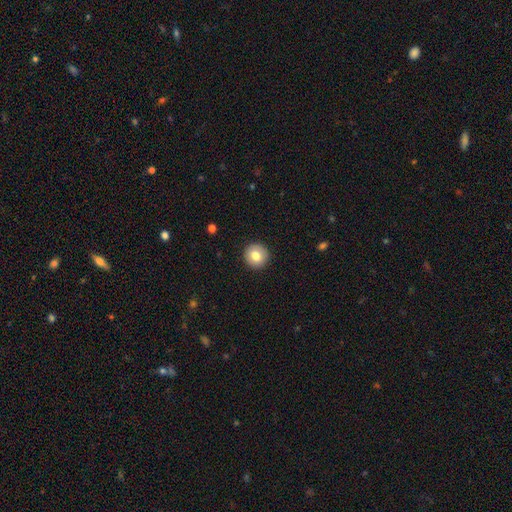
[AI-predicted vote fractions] This appears to be a smooth galaxy with no disk features (80%) that is round (94%). Merging: none (92%).